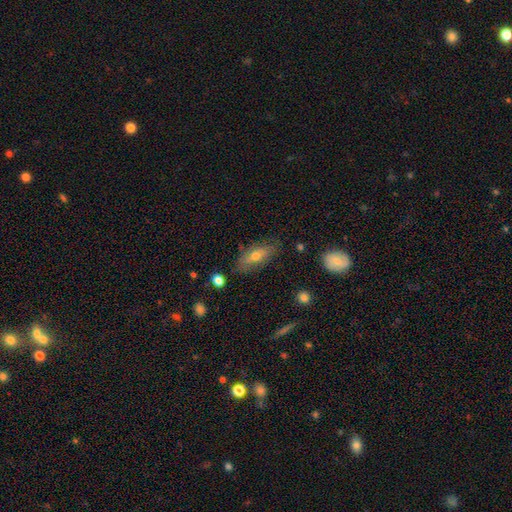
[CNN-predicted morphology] smooth 60%, featured or disk 32%, star or artifact 8%. Down the decision tree: how rounded — in between (66%); merging — none (77%).